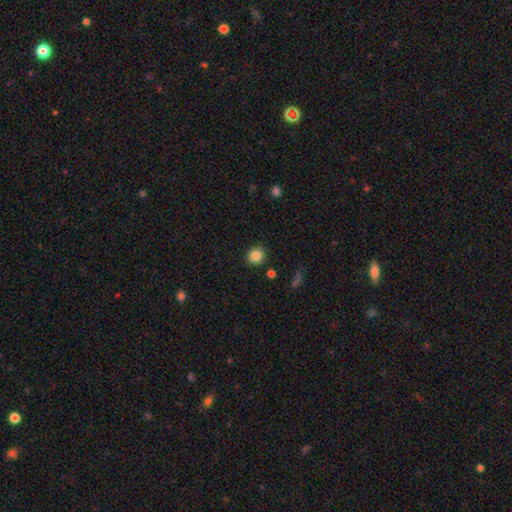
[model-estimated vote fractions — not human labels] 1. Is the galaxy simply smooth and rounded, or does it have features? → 85% smooth, 10% star or artifact, 5% featured or disk.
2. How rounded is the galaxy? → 85% round, 14% in between, 1% cigar-shaped.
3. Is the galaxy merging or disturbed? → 89% none, 7% minor disturbance, 2% merger, 2% major disturbance.